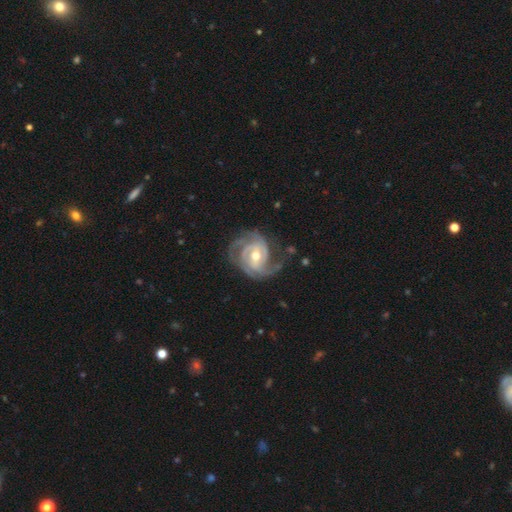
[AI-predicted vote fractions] This appears to be a featured or disk galaxy (91%) with no bar (47%), 3 (40%) tight (54%) spiral arms (97%) and a moderate central bulge (66%). Merging: none (66%).